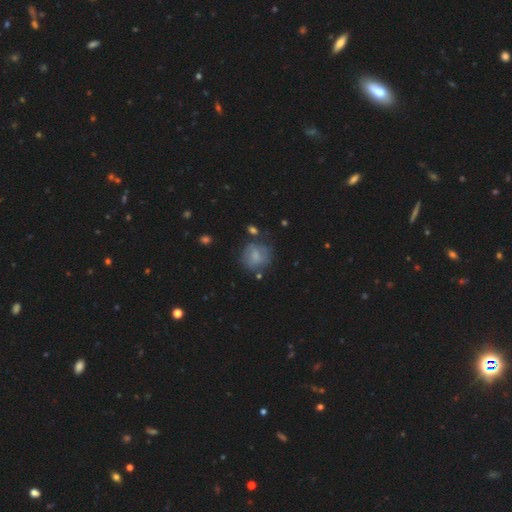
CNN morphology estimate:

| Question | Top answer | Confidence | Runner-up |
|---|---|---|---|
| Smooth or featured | smooth | 62% | featured or disk (28%) |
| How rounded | round | 78% | in between (21%) |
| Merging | none | 63% | minor disturbance (22%) |